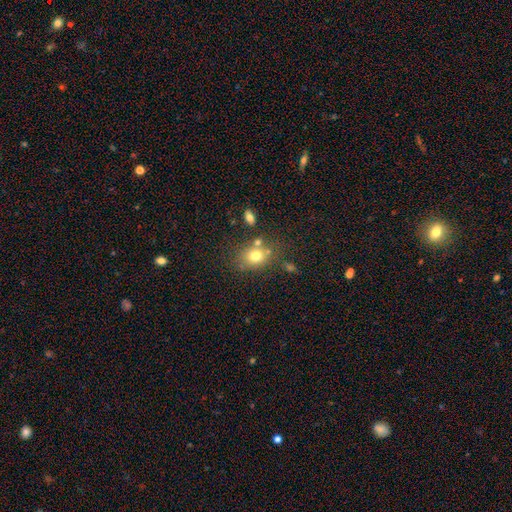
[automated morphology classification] Smooth or featured? Predicted: smooth (p=0.75). How rounded? Predicted: round (p=0.50). Merging? Predicted: none (p=0.63).